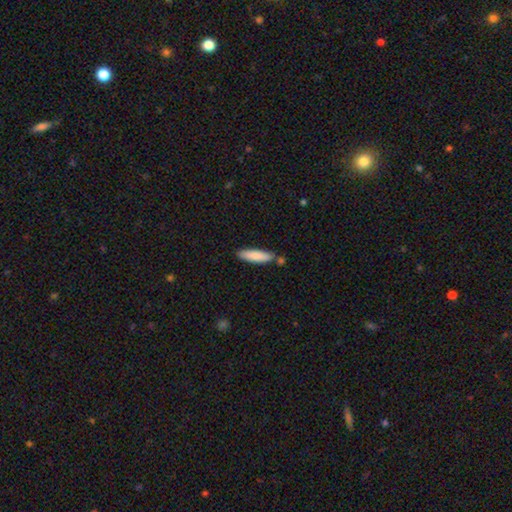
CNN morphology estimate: Smooth or featured? Predicted: smooth (p=0.83). How rounded? Predicted: cigar-shaped (p=0.70). Merging? Predicted: none (p=0.76).